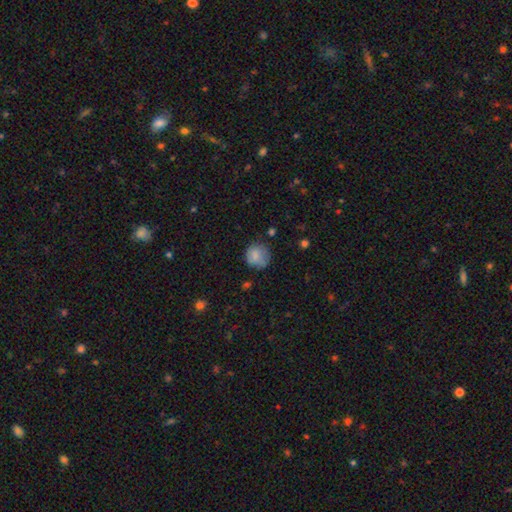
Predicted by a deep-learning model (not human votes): Smooth or featured? smooth (80%)
How rounded? round (86%)
Merging? none (66%)